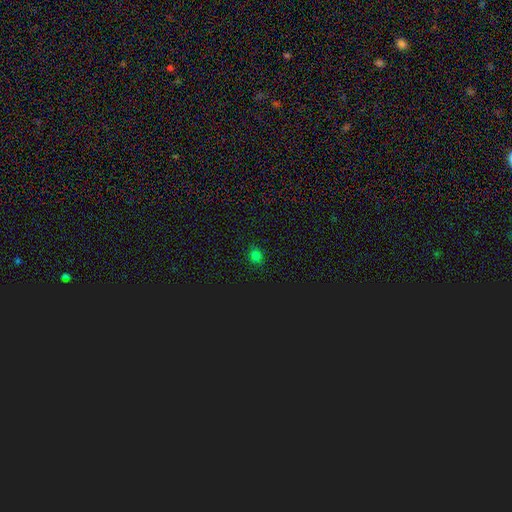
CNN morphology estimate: Smooth or featured?
  - smooth: 72% *
  - star or artifact: 24%
  - featured or disk: 4%
How rounded?
  - round: 71% *
  - in between: 28%
  - cigar-shaped: 1%
Merging?
  - none: 88% *
  - minor disturbance: 9%
  - major disturbance: 2%
  - merger: 1%